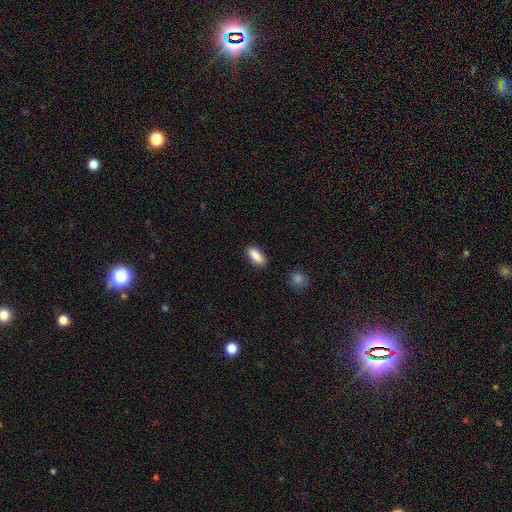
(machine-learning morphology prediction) This appears to be a smooth galaxy with no disk features (87%) that is in between round and cigar-shaped (79%). Merging: none (87%).